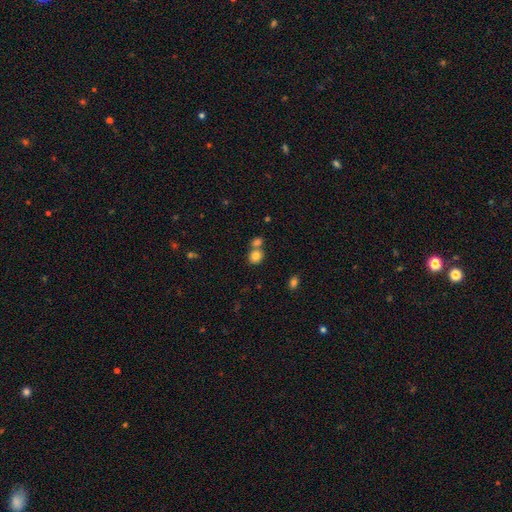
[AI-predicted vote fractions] A smooth galaxy with no disk features (81%) that is round (80%).

Vote fractions:
- Smooth or featured? smooth: 81% / star or artifact: 11% / featured or disk: 8%
- How rounded? round: 80% / in between: 19% / cigar-shaped: 1%
- Merging? none: 51% / merger: 38% / minor disturbance: 8% / major disturbance: 3%